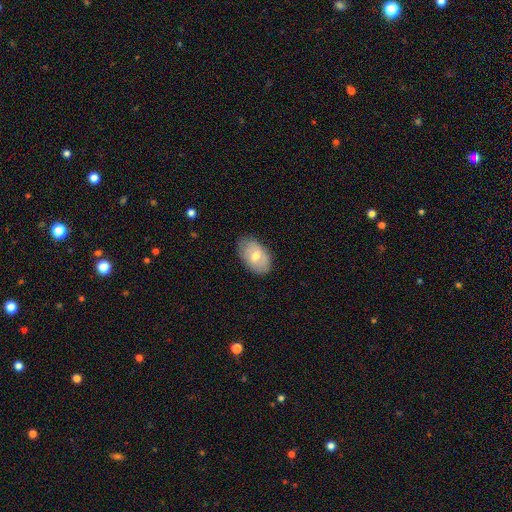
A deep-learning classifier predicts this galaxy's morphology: A smooth galaxy with no disk features (64%) that is in between round and cigar-shaped (91%).

Vote fractions:
- Smooth or featured? smooth: 64% / featured or disk: 30% / star or artifact: 7%
- How rounded? in between: 91% / round: 8% / cigar-shaped: 1%
- Merging? none: 79% / minor disturbance: 17% / major disturbance: 3% / merger: 1%